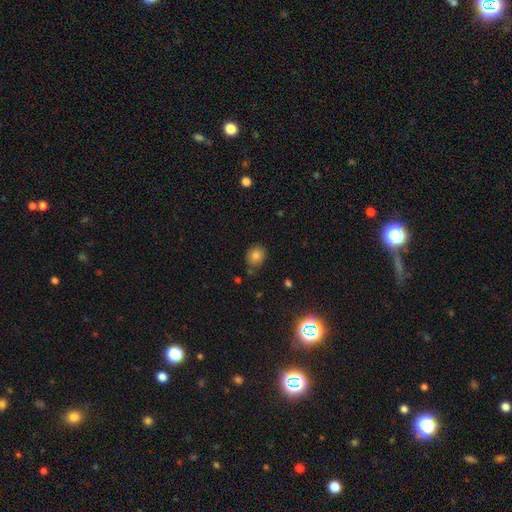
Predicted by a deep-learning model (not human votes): smooth_or_featured: smooth (p=0.82) [alt: star or artifact p=0.11]
how_rounded: round (p=0.65) [alt: in between p=0.34]
merging: none (p=0.72) [alt: minor disturbance p=0.20]